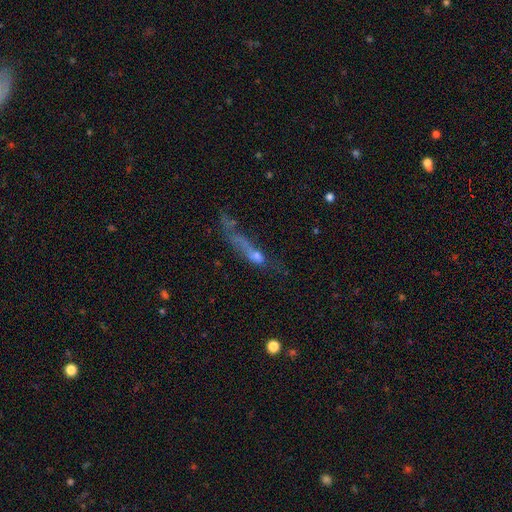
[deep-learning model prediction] Smooth or featured? Predicted: featured or disk (p=0.43). Merging? Predicted: none (p=0.39).